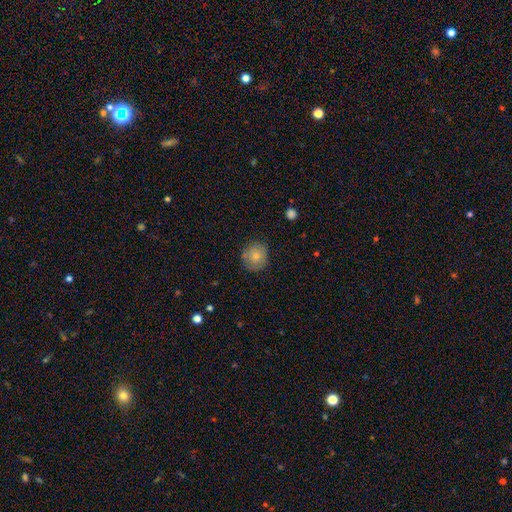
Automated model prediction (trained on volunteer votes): The model was most divided on "merging": none: 78%, minor disturbance: 17%, major disturbance: 4%, merger: 2%. More confident: how rounded — round (86%); smooth or featured — smooth (78%).